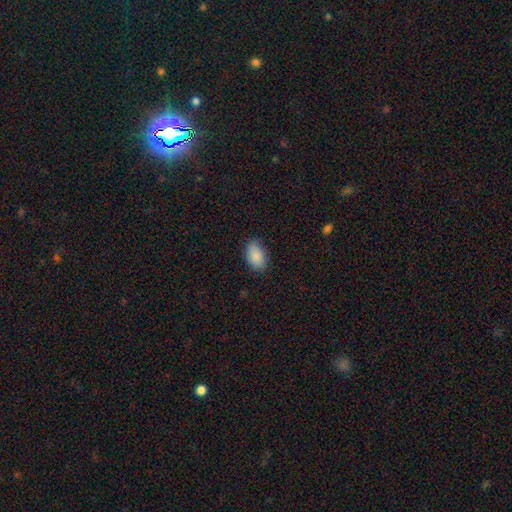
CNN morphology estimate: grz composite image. It shows a smooth galaxy with no disk features (88%) that is in between round and cigar-shaped (90%). Merging: none (81%).